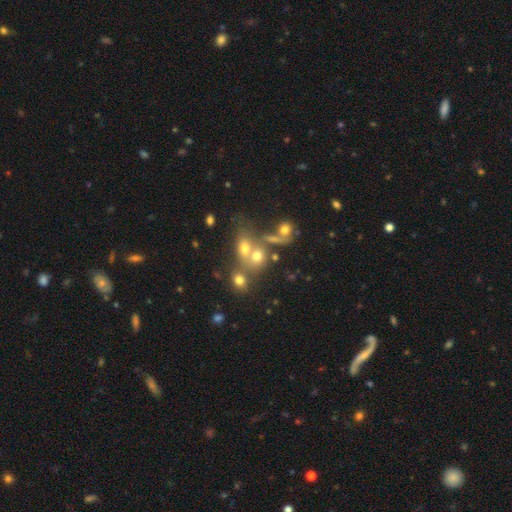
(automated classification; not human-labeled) smooth-or-featured: smooth: 57% | featured or disk: 22% | star or artifact: 21%
  how-rounded: round: 58% | in between: 39% | cigar-shaped: 2%
  merging: merger: 49% | none: 33% | minor disturbance: 10% | major disturbance: 8%